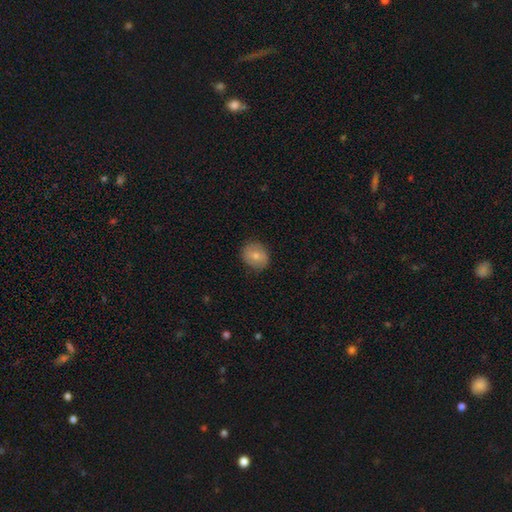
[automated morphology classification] Smooth or featured: smooth — 73% (featured or disk — 19%)
How rounded: round — 70% (in between — 29%)
Merging: none — 83% (minor disturbance — 13%)